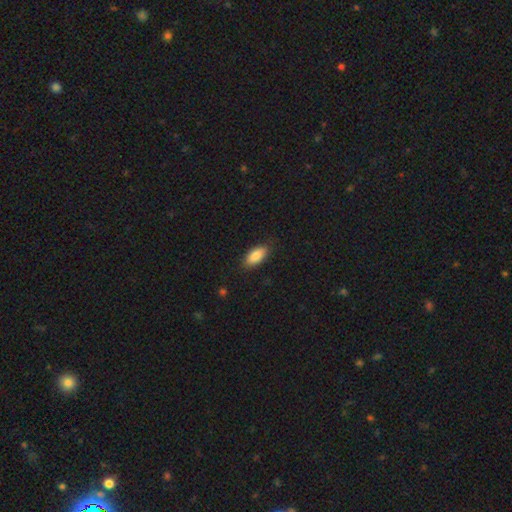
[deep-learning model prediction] This appears to be a smooth galaxy with no disk features (86%) that is in between round and cigar-shaped (89%). Merging: none (85%).